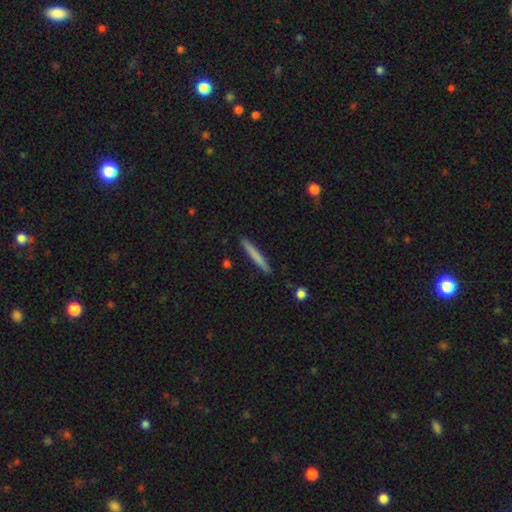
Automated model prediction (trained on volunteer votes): smooth_or_featured: smooth (p=0.71) [alt: featured or disk p=0.24]
how_rounded: cigar-shaped (p=0.96) [alt: in between p=0.03]
merging: none (p=0.90) [alt: minor disturbance p=0.07]